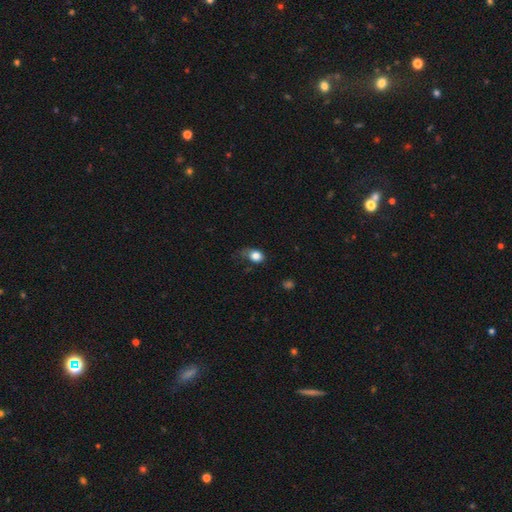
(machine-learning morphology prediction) A smooth galaxy with no disk features (82%) that is in between round and cigar-shaped (56%). Merging: none (43%).